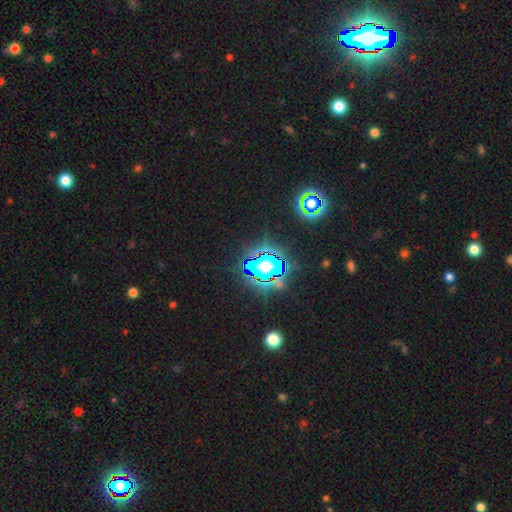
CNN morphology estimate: smooth-or-featured: star or artifact: 80% | smooth: 13% | featured or disk: 7%